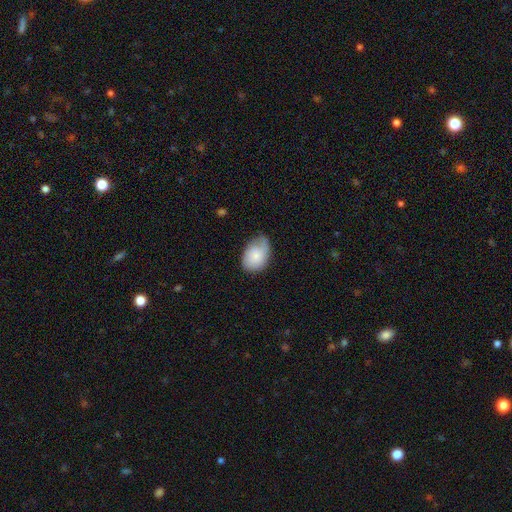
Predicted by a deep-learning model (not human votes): Q: Smooth or featured?
A: smooth (68%); runner-up: featured or disk (25%)
Q: How rounded?
A: in between (81%); runner-up: round (18%)
Q: Merging?
A: none (50%); runner-up: minor disturbance (36%)